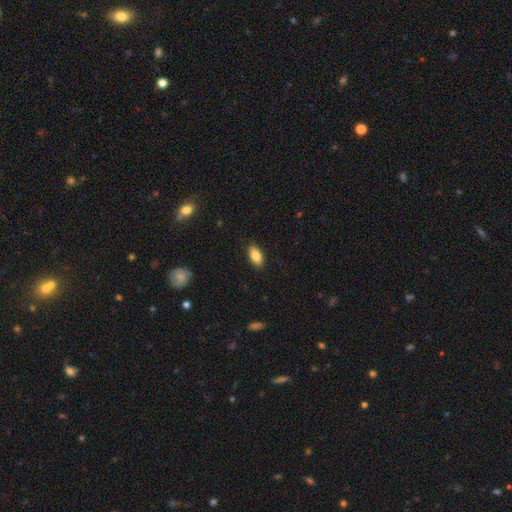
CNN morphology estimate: Q: Smooth or featured?
A: smooth (85%); runner-up: featured or disk (8%)
Q: How rounded?
A: in between (89%); runner-up: cigar-shaped (8%)
Q: Merging?
A: none (88%); runner-up: minor disturbance (9%)